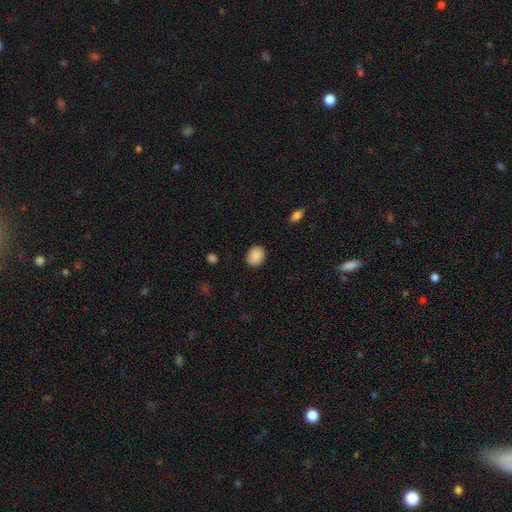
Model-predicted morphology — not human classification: This appears to be a smooth galaxy with no disk features (89%) that is in between round and cigar-shaped (51%). Merging: none (88%).